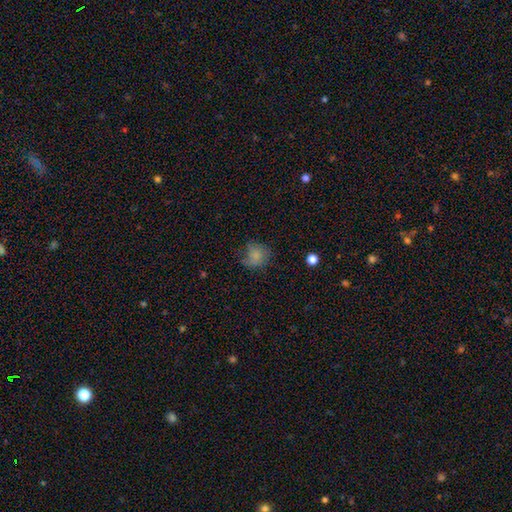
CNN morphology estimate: Smooth or featured? Predicted: smooth (p=0.72). How rounded? Predicted: round (p=0.74). Merging? Predicted: none (p=0.55).